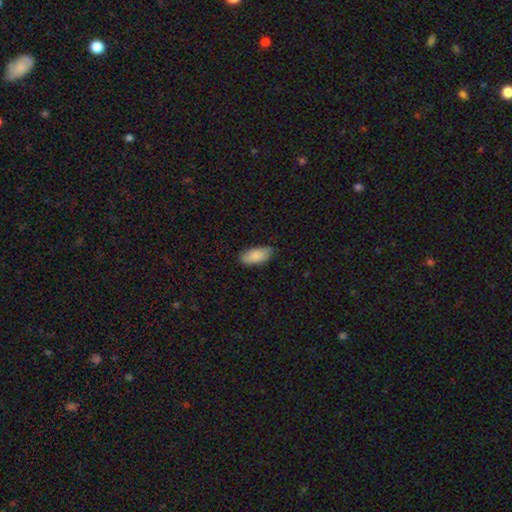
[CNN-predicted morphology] A smooth galaxy with no disk features (87%) that is in between round and cigar-shaped (91%).

Vote fractions:
- Smooth or featured? smooth: 87% / featured or disk: 8% / star or artifact: 6%
- How rounded? in between: 91% / cigar-shaped: 7% / round: 2%
- Merging? none: 78% / minor disturbance: 18% / major disturbance: 3% / merger: 1%